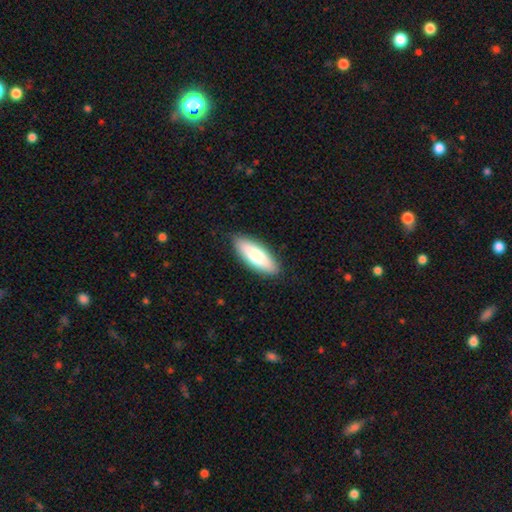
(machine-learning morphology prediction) Overall: smooth (74%). How rounded: in between (61%; cigar-shaped 37%). Merging: none (88%).